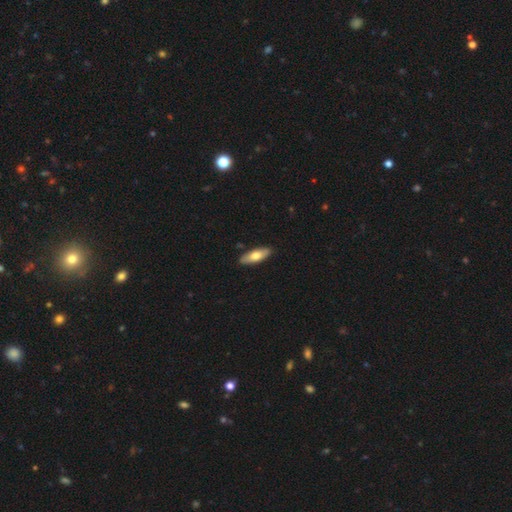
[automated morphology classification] Smooth or featured: smooth — 69% (featured or disk — 26%)
How rounded: in between — 63% (cigar-shaped — 35%)
Merging: none — 88% (minor disturbance — 9%)